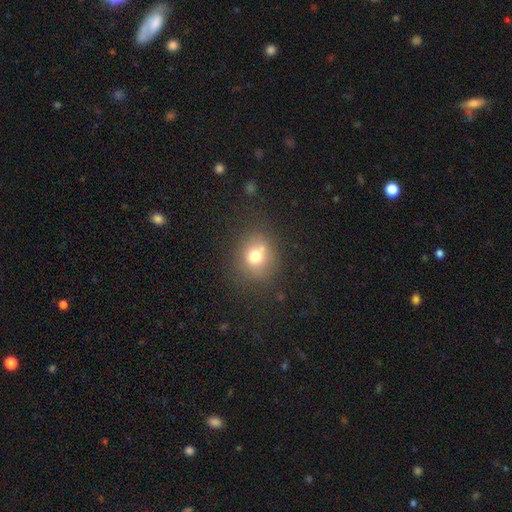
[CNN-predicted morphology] smooth_or_featured: smooth (p=0.71) [alt: featured or disk p=0.16]
how_rounded: round (p=0.70) [alt: in between p=0.29]
merging: none (p=0.63) [alt: minor disturbance p=0.17]